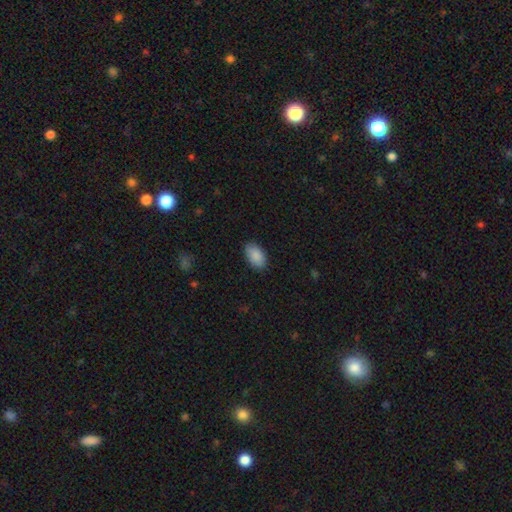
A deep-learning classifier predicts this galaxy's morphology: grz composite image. It shows a smooth galaxy with no disk features (90%) that is in between round and cigar-shaped (94%). Merging: none (86%).